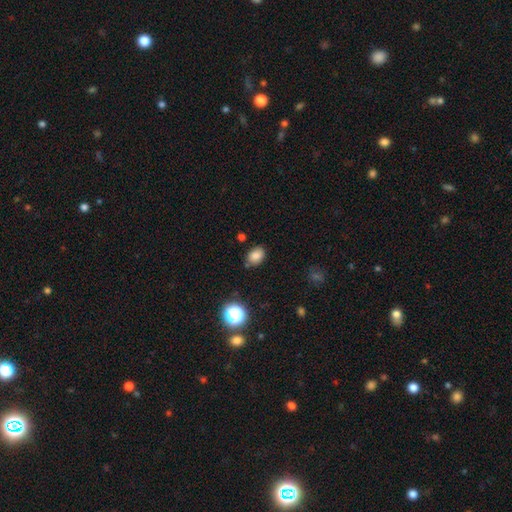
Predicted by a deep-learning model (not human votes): smooth 81%, star or artifact 13%, featured or disk 6%. Down the decision tree: how rounded — in between (71%); merging — none (77%).